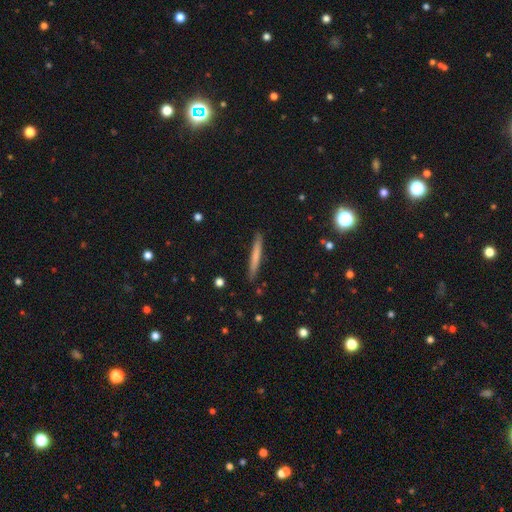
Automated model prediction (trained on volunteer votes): This appears to be a smooth galaxy with no disk features (66%) that is cigar-shaped (96%). Merging: none (89%).